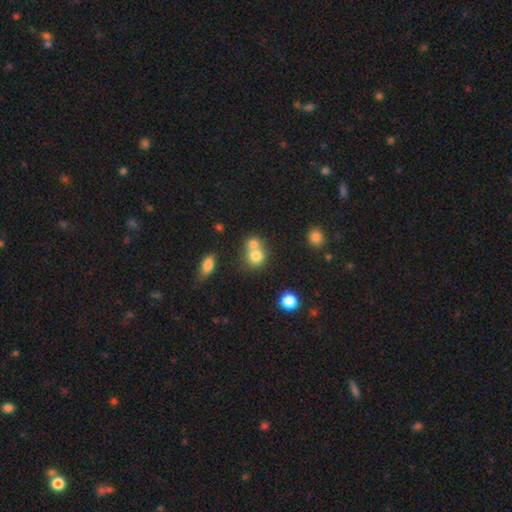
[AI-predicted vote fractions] Smooth or featured?
  - smooth: 76% *
  - featured or disk: 13%
  - star or artifact: 11%
How rounded?
  - round: 77% *
  - in between: 22%
  - cigar-shaped: 1%
Merging?
  - merger: 55% *
  - none: 35%
  - minor disturbance: 7%
  - major disturbance: 3%